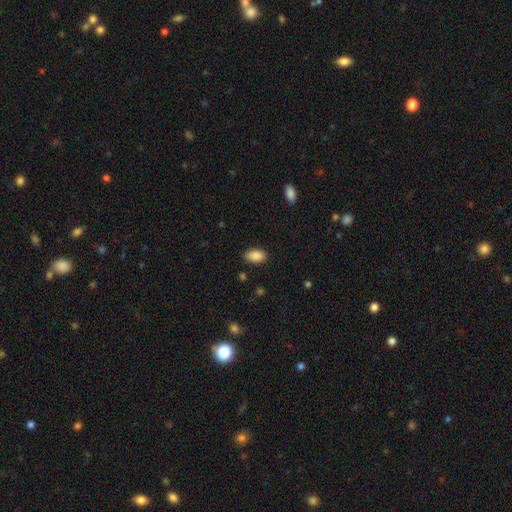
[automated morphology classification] Smooth or featured?
  - smooth: 89% *
  - star or artifact: 7%
  - featured or disk: 4%
How rounded?
  - in between: 93% *
  - round: 4%
  - cigar-shaped: 2%
Merging?
  - none: 85% *
  - minor disturbance: 12%
  - major disturbance: 2%
  - merger: 1%